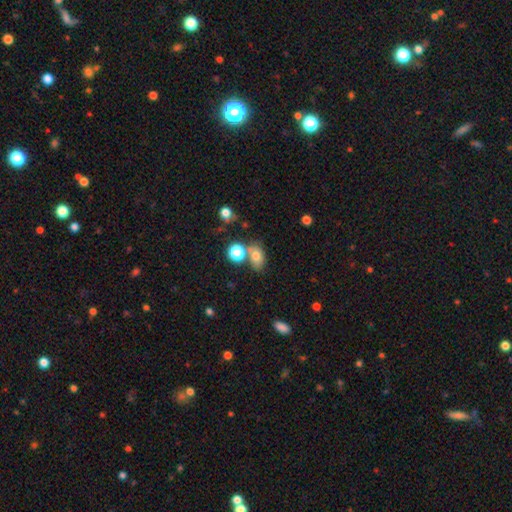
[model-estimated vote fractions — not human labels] smooth_or_featured: smooth (p=0.74) [alt: star or artifact p=0.15]
how_rounded: in between (p=0.73) [alt: round p=0.25]
merging: none (p=0.58) [alt: merger p=0.23]